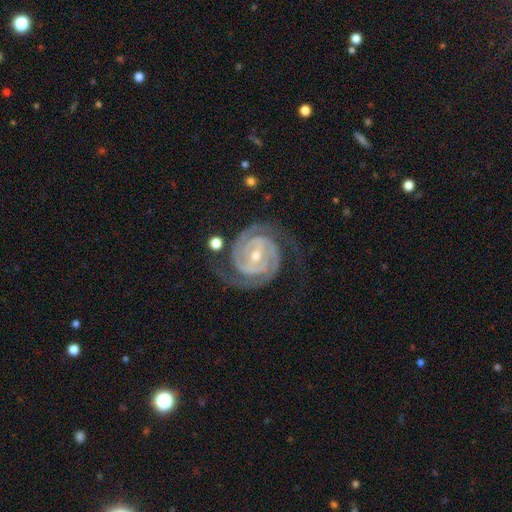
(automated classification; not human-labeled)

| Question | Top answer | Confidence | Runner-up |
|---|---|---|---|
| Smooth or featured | featured or disk | 93% | star or artifact (4%) |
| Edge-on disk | no | 98% | yes (2%) |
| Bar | weak | 39% | strong (37%) |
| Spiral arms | yes | 99% | no (1%) |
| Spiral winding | tight | 77% | medium (21%) |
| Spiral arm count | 2 | 81% | 3 (10%) |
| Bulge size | small | 57% | moderate (41%) |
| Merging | none | 77% | minor disturbance (14%) |